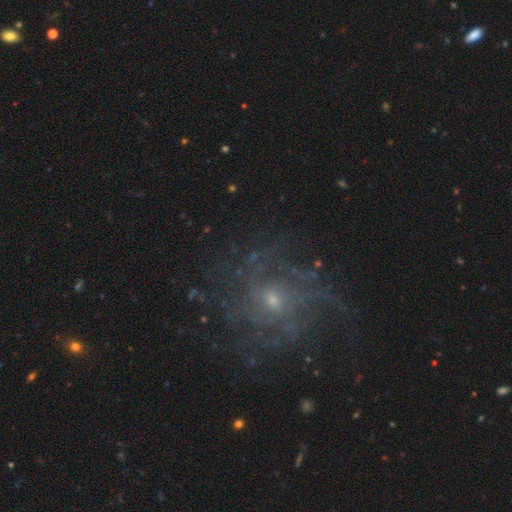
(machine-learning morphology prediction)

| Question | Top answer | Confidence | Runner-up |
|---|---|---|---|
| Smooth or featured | featured or disk | 74% | star or artifact (16%) |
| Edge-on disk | no | 97% | yes (3%) |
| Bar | no | 76% | weak (21%) |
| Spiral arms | yes | 88% | no (12%) |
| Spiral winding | tight | 44% | medium (36%) |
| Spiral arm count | can't tell | 41% | more than 4 (20%) |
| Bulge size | small | 67% | moderate (28%) |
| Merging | none | 71% | minor disturbance (14%) |